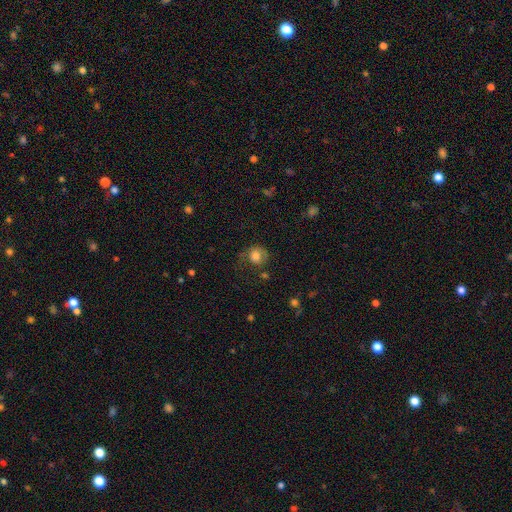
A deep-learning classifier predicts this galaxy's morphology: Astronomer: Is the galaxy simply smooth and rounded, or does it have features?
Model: smooth — 76%.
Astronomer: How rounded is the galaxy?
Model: round — 76%.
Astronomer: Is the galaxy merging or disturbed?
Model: none — 48% (runner-up: minor disturbance, 26%).